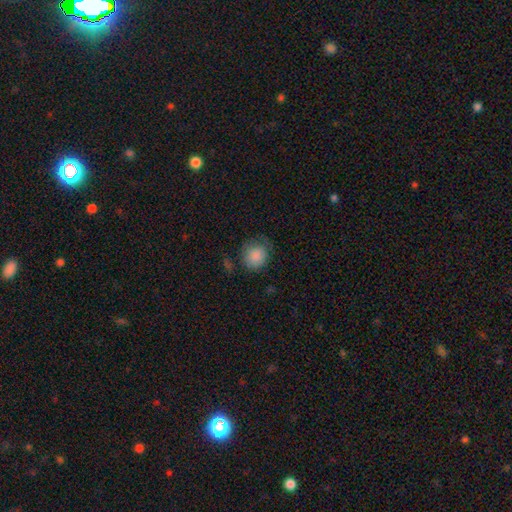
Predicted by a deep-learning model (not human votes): Smooth or featured?
  - smooth: 86% *
  - star or artifact: 8%
  - featured or disk: 6%
How rounded?
  - round: 82% *
  - in between: 17%
  - cigar-shaped: 1%
Merging?
  - none: 66% *
  - minor disturbance: 24%
  - major disturbance: 8%
  - merger: 2%